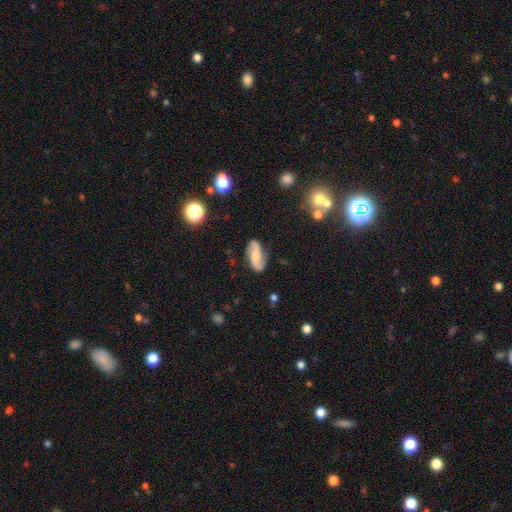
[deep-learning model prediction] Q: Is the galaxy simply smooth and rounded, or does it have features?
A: featured or disk — 67%.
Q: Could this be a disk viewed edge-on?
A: no — 95%.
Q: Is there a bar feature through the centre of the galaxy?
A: no — 54%.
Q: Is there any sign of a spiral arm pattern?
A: yes — 94%.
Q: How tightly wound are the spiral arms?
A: loose — 51%.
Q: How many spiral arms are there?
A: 2 — 91%.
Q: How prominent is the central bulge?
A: moderate — 38%.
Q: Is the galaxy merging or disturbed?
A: none — 81%.